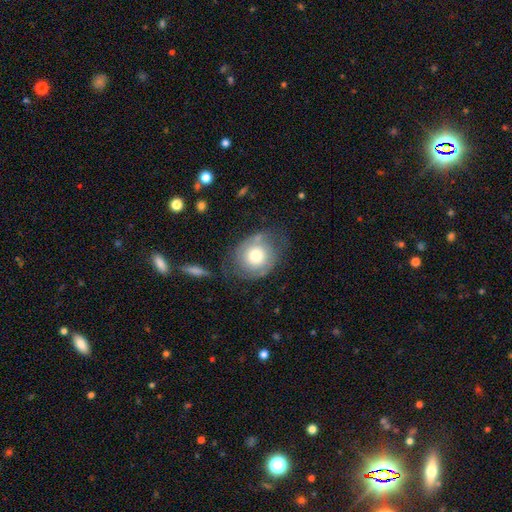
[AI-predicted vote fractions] Overall: smooth (53%; featured or disk 41%). How rounded: round (69%; in between 30%). Merging: none (58%; minor disturbance 24%).